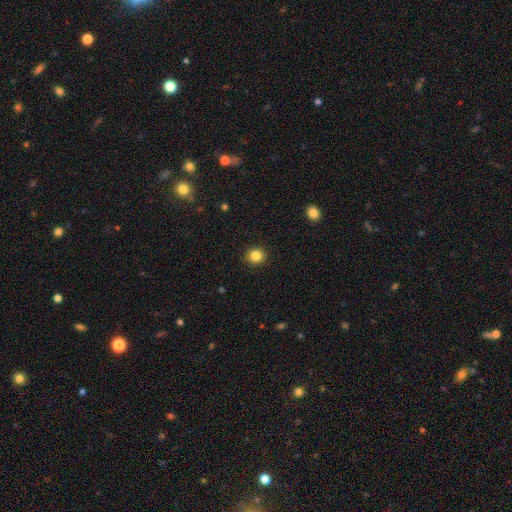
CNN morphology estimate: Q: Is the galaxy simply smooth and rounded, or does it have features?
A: smooth — 84%.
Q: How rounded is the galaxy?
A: round — 89%.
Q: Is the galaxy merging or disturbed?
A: none — 92%.